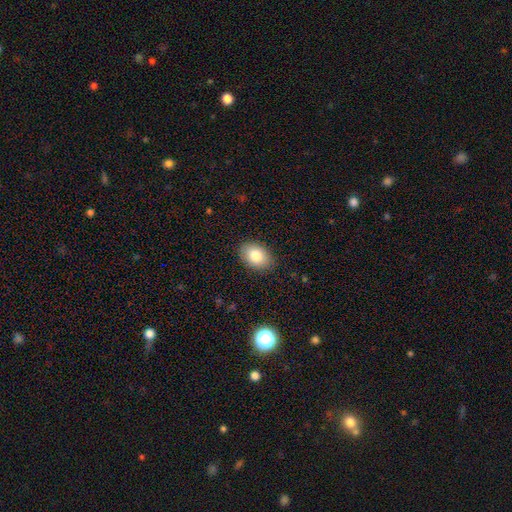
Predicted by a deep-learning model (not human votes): Morphology: type=smooth (83%); roundness=in between (85%); merging=none (88%).